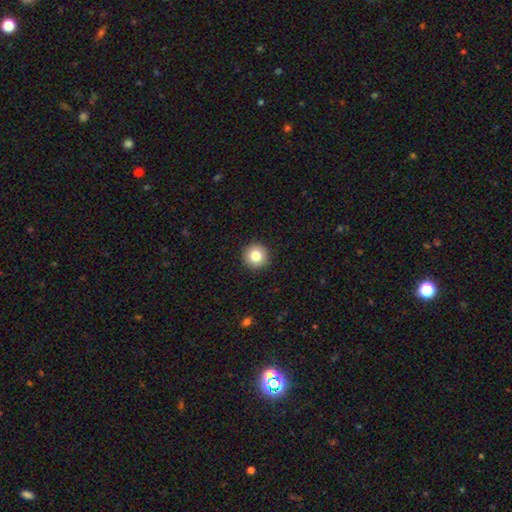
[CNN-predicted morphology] smooth-or-featured: smooth: 81% | star or artifact: 10% | featured or disk: 8%
  how-rounded: round: 95% | in between: 4% | cigar-shaped: 1%
  merging: none: 93% | minor disturbance: 5% | major disturbance: 1% | merger: 1%